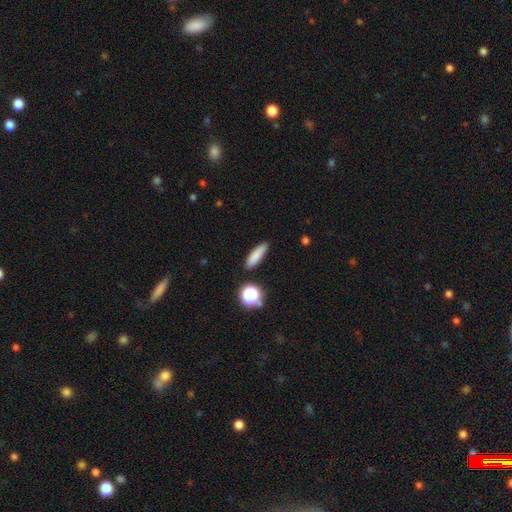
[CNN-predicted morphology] The model was most divided on "how rounded": cigar-shaped: 63%, in between: 32%, round: 5%. More confident: merging — none (86%); smooth or featured — smooth (81%).